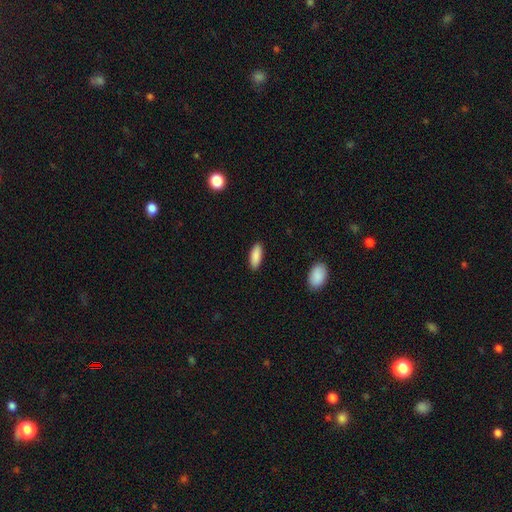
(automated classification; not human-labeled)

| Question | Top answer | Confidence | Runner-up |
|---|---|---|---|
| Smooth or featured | smooth | 89% | star or artifact (6%) |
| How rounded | in between | 70% | cigar-shaped (29%) |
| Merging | none | 90% | minor disturbance (7%) |